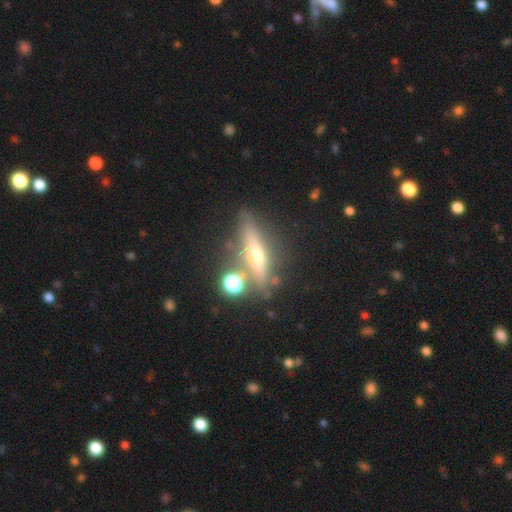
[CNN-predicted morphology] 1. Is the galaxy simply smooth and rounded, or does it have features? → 66% featured or disk, 24% smooth, 10% star or artifact.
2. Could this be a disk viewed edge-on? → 90% yes, 10% no.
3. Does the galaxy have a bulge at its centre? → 90% rounded, 6% none, 3% boxy.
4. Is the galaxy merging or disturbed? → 74% none, 12% minor disturbance, 9% merger, 5% major disturbance.